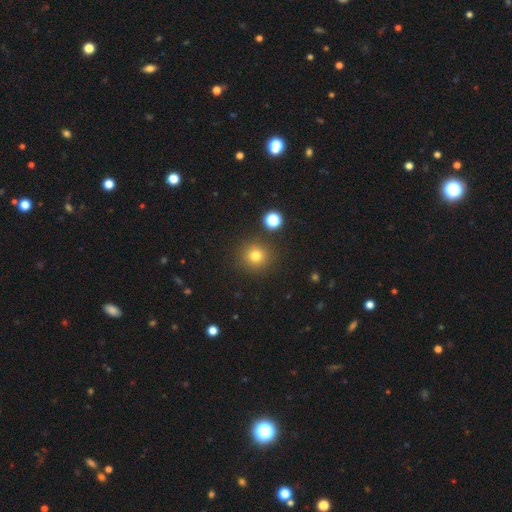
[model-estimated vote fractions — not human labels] A smooth galaxy with no disk features (77%) that is round (93%).

Vote fractions:
- Smooth or featured? smooth: 77% / star or artifact: 16% / featured or disk: 7%
- How rounded? round: 93% / in between: 6% / cigar-shaped: 1%
- Merging? none: 88% / minor disturbance: 7% / merger: 3% / major disturbance: 3%